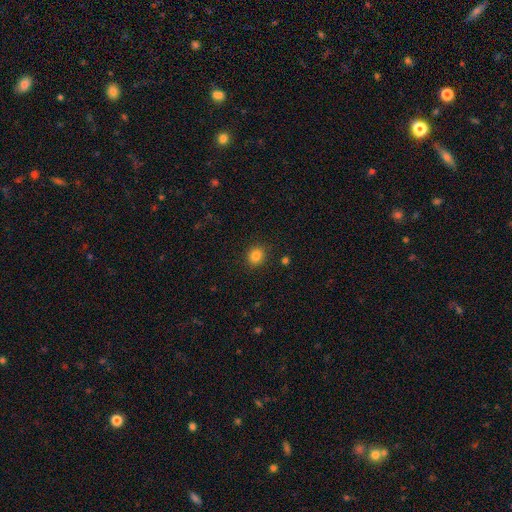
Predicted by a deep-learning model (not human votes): Smooth or featured: smooth — 84% (star or artifact — 12%)
How rounded: round — 73% (in between — 27%)
Merging: none — 89% (minor disturbance — 7%)